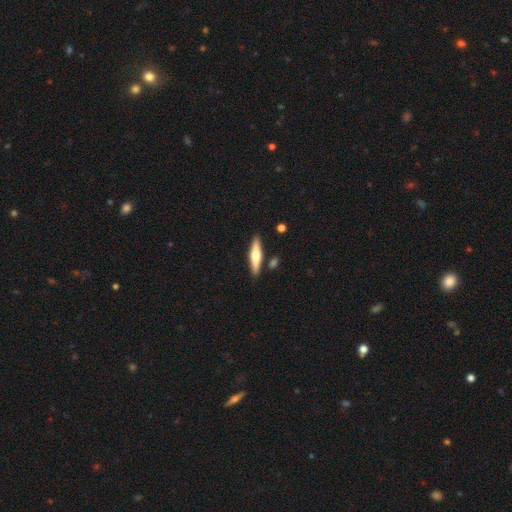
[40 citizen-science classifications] A smooth galaxy with no disk features (57%) that is cigar-shaped (65%). Merging: none (86%).